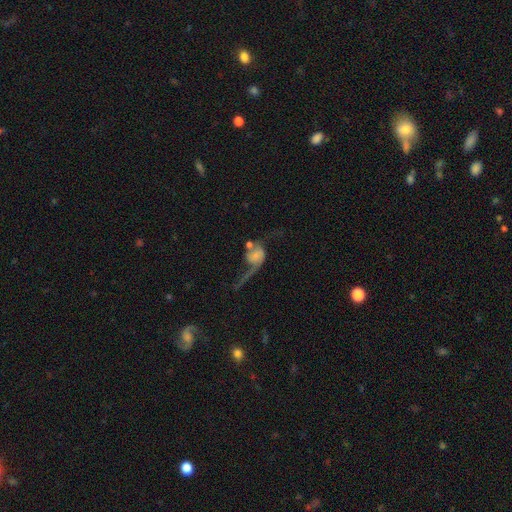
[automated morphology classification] Smooth or featured: featured or disk — 62% (smooth — 29%)
Edge-on disk: no — 95% (yes — 5%)
Bar: no — 73% (weak — 21%)
Spiral arms: yes — 77% (no — 23%)
Bulge size: none — 37% (small — 36%)
Merging: major disturbance — 38% (merger — 26%)